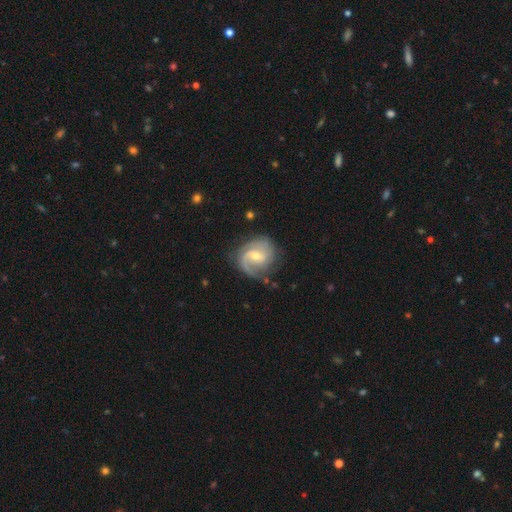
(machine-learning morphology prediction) A featured or disk galaxy (85%) with a weak bar (55%), 2 (69%) medium (47%) spiral arms (96%) and a moderate central bulge (49%). Merging: none (73%).